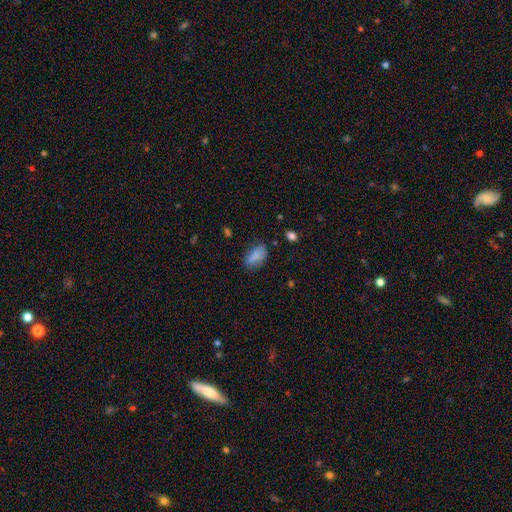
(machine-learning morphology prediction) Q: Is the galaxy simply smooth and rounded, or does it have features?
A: smooth — 78%.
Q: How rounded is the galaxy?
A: in between — 88%.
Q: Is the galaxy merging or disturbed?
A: none — 62%.